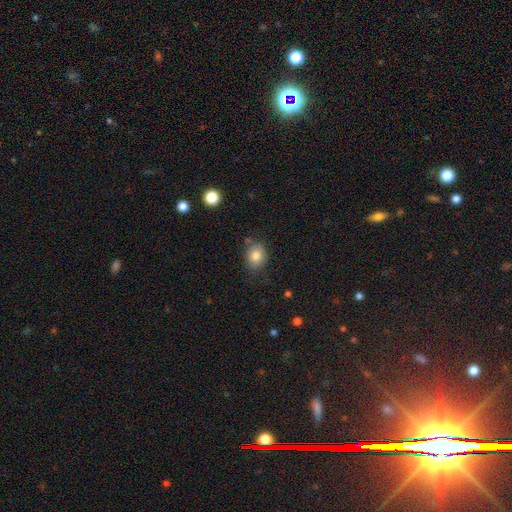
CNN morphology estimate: smooth 83%, star or artifact 10%, featured or disk 8%. Down the decision tree: how rounded — round (50%); merging — none (74%).